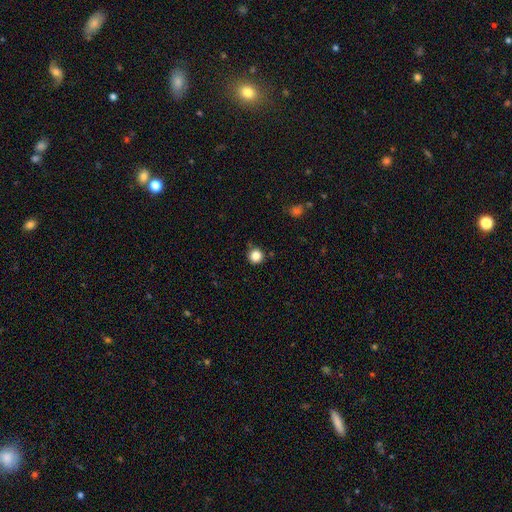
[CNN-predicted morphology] Smooth or featured: smooth — 85% (star or artifact — 11%)
How rounded: round — 95% (in between — 4%)
Merging: none — 86% (minor disturbance — 9%)